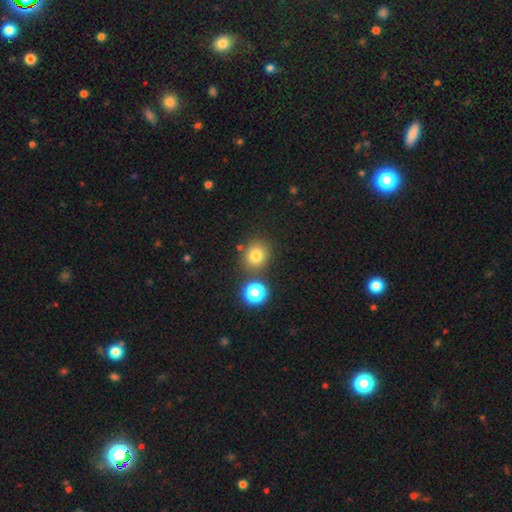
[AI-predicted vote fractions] This appears to be a smooth galaxy with no disk features (77%) that is round (82%). Merging: none (77%).